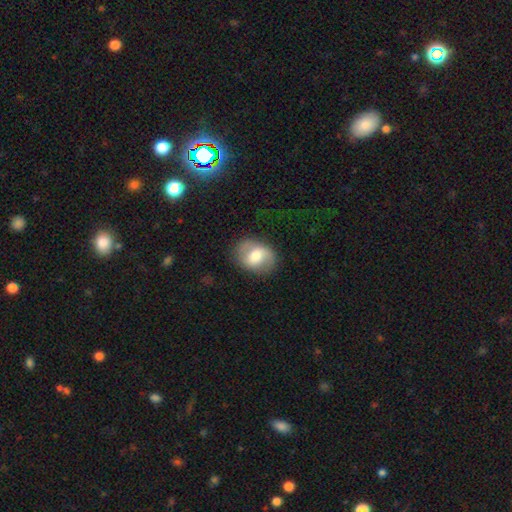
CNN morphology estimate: A smooth galaxy with no disk features (48%). Merging: none (76%).